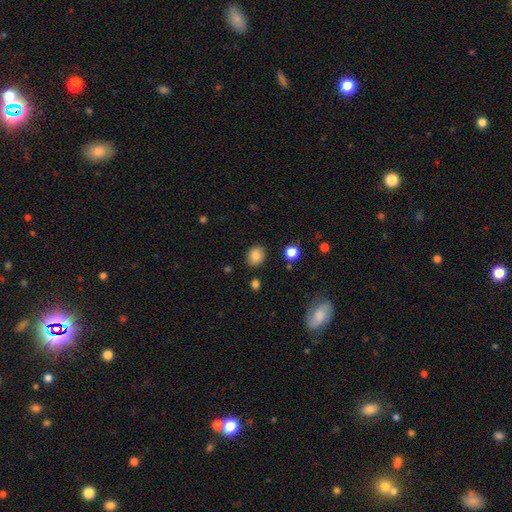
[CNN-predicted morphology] Smooth or featured? smooth (84%)
How rounded? round (54%)
Merging? none (86%)